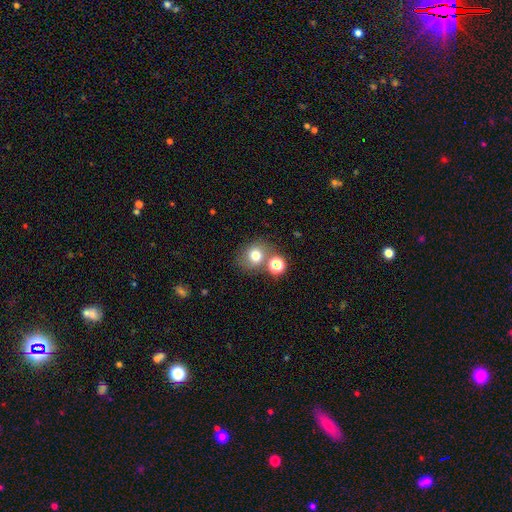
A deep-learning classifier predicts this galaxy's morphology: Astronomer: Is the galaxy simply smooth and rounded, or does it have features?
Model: smooth — 73%.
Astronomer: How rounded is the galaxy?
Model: round — 73%.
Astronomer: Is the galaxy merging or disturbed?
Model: none — 66%.